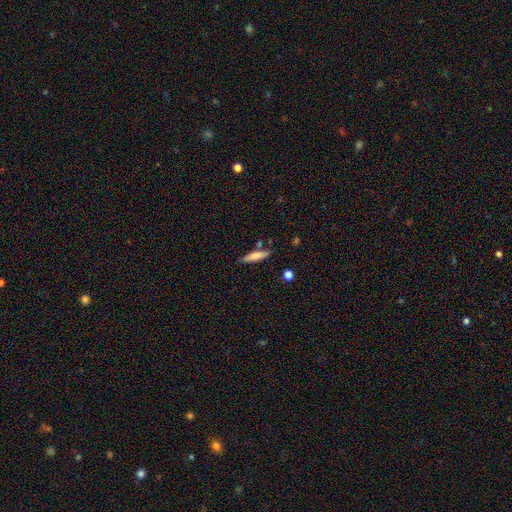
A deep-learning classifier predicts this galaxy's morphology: smooth 70%, featured or disk 23%, star or artifact 7%. Down the decision tree: how rounded — cigar-shaped (78%); merging — none (79%).